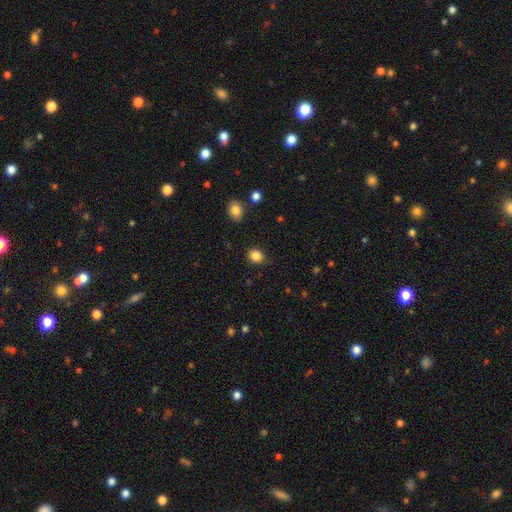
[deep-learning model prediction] A smooth galaxy with no disk features (85%) that is round (73%).

Vote fractions:
- Smooth or featured? smooth: 85% / star or artifact: 11% / featured or disk: 4%
- How rounded? round: 73% / in between: 26% / cigar-shaped: 1%
- Merging? none: 83% / minor disturbance: 13% / major disturbance: 3% / merger: 2%